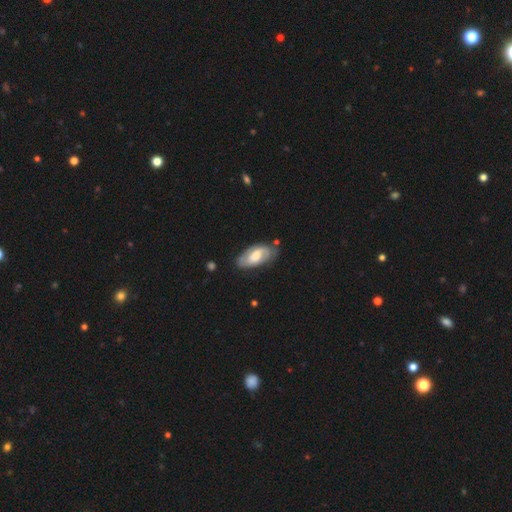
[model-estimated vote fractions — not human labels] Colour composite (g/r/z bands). It shows a featured or disk galaxy (59%) with a weak bar (44%), spiral arms (81%) and a moderate central bulge (48%). Merging: none (72%).